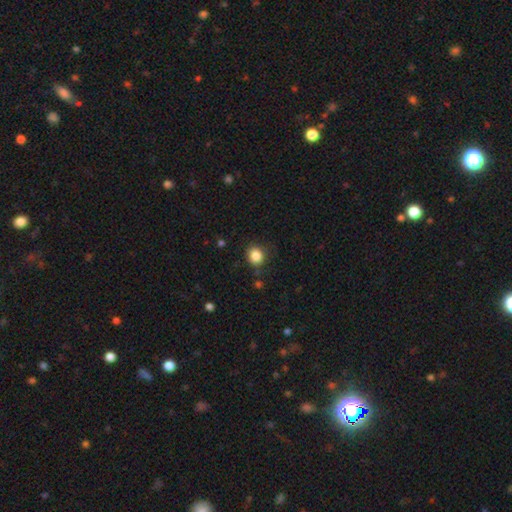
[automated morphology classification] smooth-or-featured: smooth: 85% | star or artifact: 10% | featured or disk: 4%
  how-rounded: round: 81% | in between: 18% | cigar-shaped: 1%
  merging: none: 82% | minor disturbance: 12% | major disturbance: 4% | merger: 2%